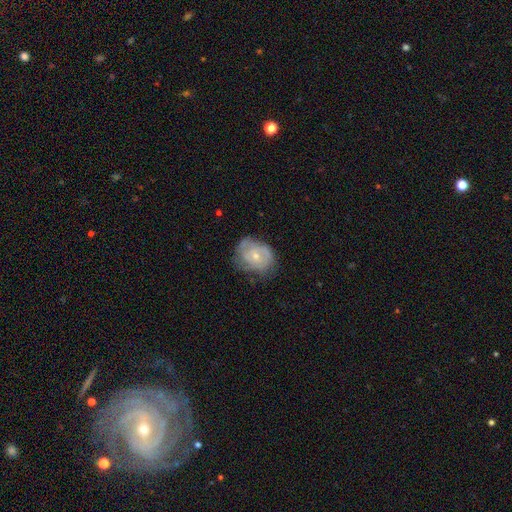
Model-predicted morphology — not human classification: featured or disk 57%, smooth 35%, star or artifact 7%. Down the decision tree: edge-on disk — no (97%); bar — no (79%); spiral arms — yes (67%); bulge size — small (55%); merging — none (56%).